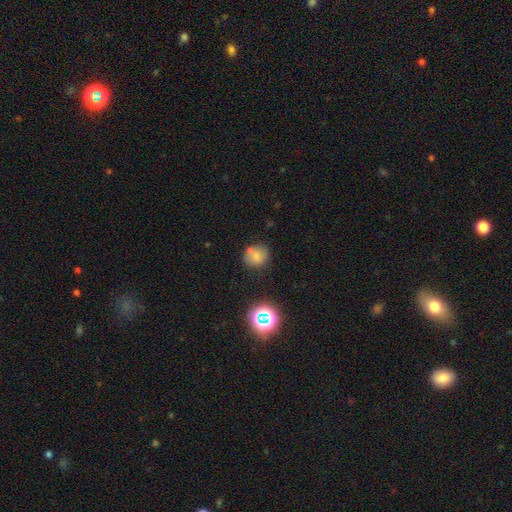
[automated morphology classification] This is likely a smooth galaxy (72%). How rounded: clearly round (84%). Merging: likely none (70%).